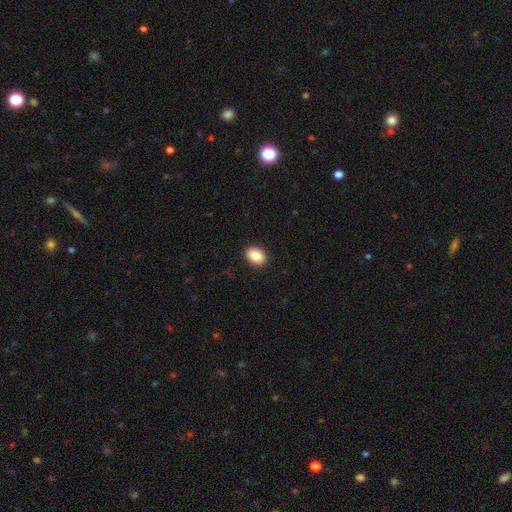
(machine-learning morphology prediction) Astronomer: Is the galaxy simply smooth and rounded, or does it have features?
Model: smooth — 86%.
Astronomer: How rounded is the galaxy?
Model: in between — 73%.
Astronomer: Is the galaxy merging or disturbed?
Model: none — 91%.